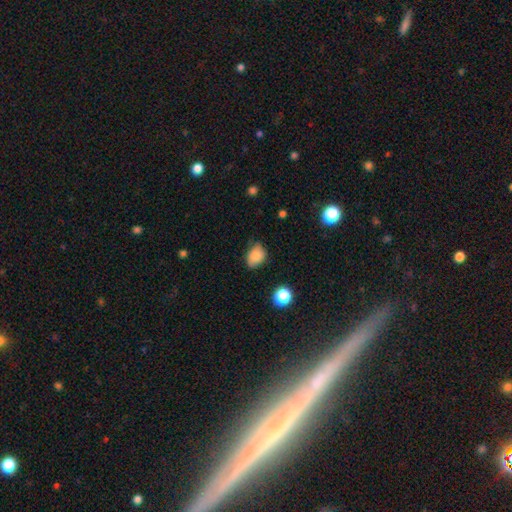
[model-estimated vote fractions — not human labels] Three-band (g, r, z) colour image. It shows a smooth galaxy with no disk features (84%) that is in between round and cigar-shaped (68%). Merging: none (61%).